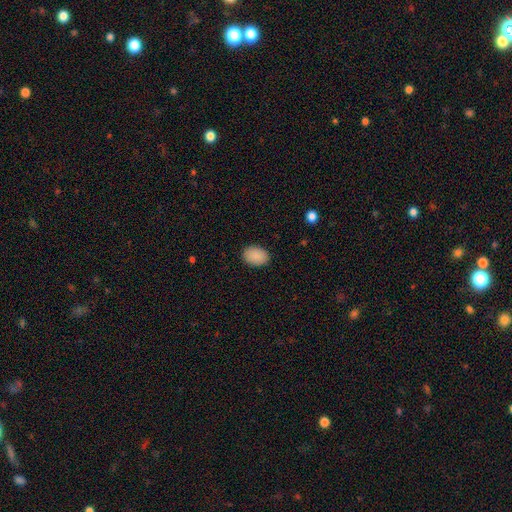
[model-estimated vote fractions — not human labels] A smooth galaxy with no disk features (90%) that is in between round and cigar-shaped (83%).

Vote fractions:
- Smooth or featured? smooth: 90% / star or artifact: 7% / featured or disk: 3%
- How rounded? in between: 83% / round: 16% / cigar-shaped: 1%
- Merging? none: 89% / minor disturbance: 8% / major disturbance: 2% / merger: 1%